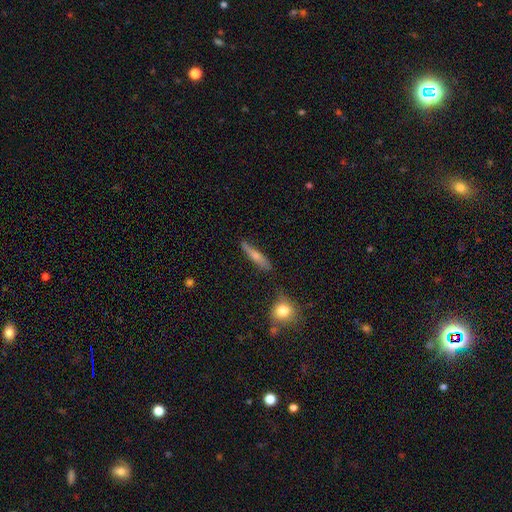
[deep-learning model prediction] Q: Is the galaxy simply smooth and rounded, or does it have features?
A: smooth — 61%.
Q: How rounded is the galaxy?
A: cigar-shaped — 85%.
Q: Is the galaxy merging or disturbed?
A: none — 71%.